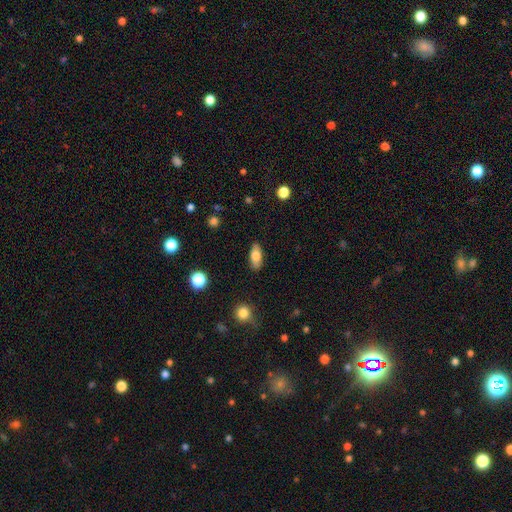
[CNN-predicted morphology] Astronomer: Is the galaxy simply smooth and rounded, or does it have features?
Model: smooth — 77%.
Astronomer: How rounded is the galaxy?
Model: in between — 83%.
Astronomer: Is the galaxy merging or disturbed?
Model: none — 86%.